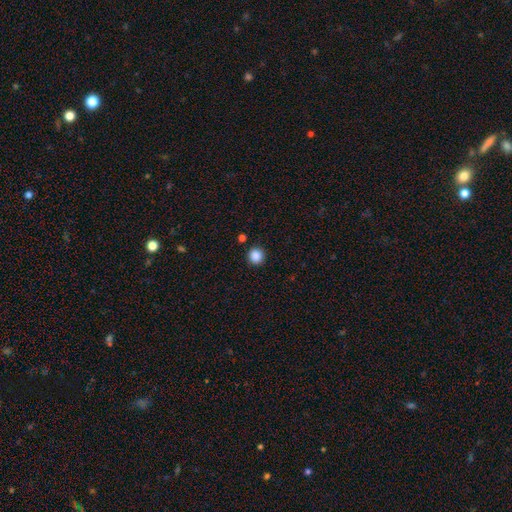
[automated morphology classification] smooth-or-featured: smooth: 87% | star or artifact: 10% | featured or disk: 3%
  how-rounded: round: 93% | in between: 6% | cigar-shaped: 1%
  merging: none: 91% | minor disturbance: 5% | merger: 2% | major disturbance: 2%